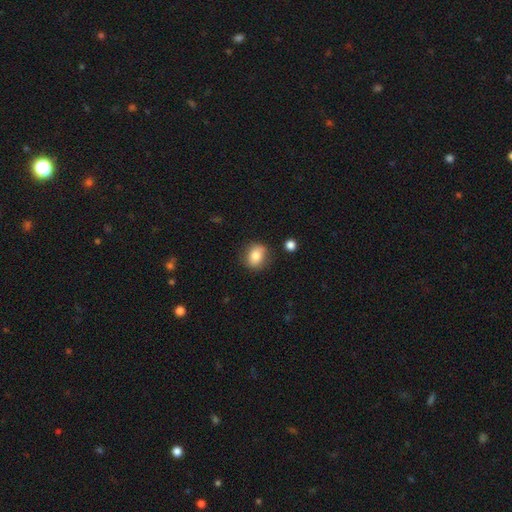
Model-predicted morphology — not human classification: Smooth or featured? Predicted: smooth (p=0.78). How rounded? Predicted: round (p=0.58). Merging? Predicted: none (p=0.78).